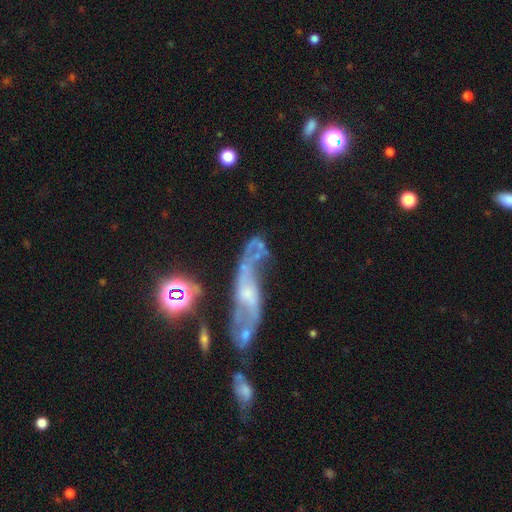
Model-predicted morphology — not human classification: Smooth or featured: featured or disk — 66% (smooth — 22%)
Edge-on disk: no — 82% (yes — 18%)
Bar: no — 64% (weak — 26%)
Spiral arms: yes — 63% (no — 37%)
Bulge size: small — 44% (none — 26%)
Merging: merger — 30% (none — 28%)